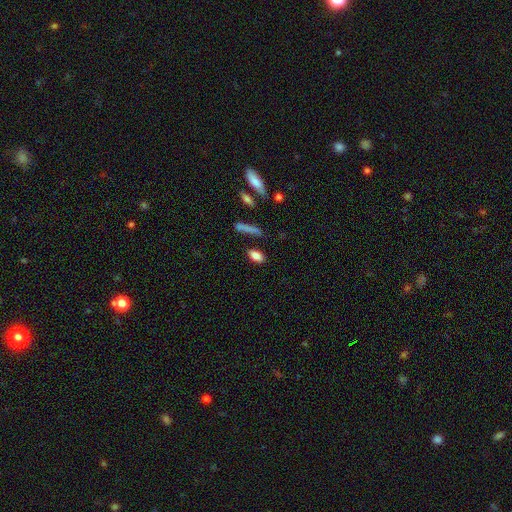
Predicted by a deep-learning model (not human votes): smooth_or_featured: smooth (p=0.83) [alt: star or artifact p=0.08]
how_rounded: in between (p=0.85) [alt: cigar-shaped p=0.10]
merging: none (p=0.80) [alt: minor disturbance p=0.13]